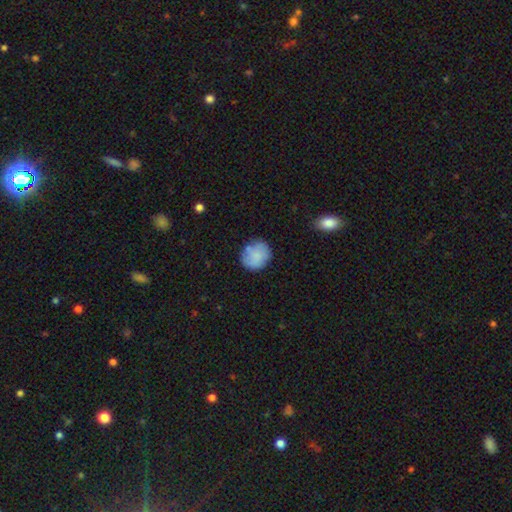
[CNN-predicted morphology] Smooth or featured?
  - smooth: 82% *
  - featured or disk: 11%
  - star or artifact: 7%
How rounded?
  - round: 77% *
  - in between: 22%
  - cigar-shaped: 1%
Merging?
  - none: 73% *
  - minor disturbance: 18%
  - major disturbance: 5%
  - merger: 4%